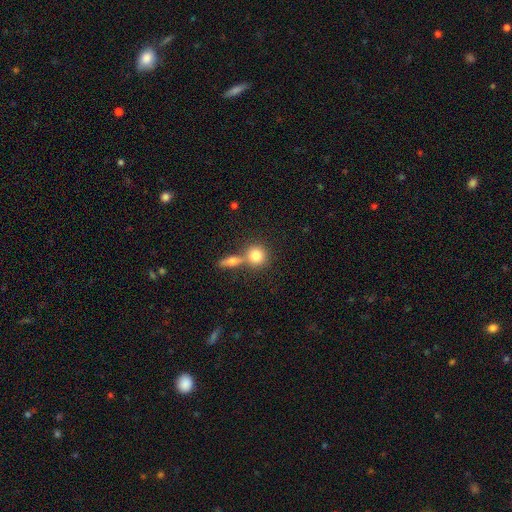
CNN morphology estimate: Q: Smooth or featured?
A: smooth (79%); runner-up: featured or disk (12%)
Q: How rounded?
A: round (84%); runner-up: in between (13%)
Q: Merging?
A: none (49%); runner-up: merger (40%)